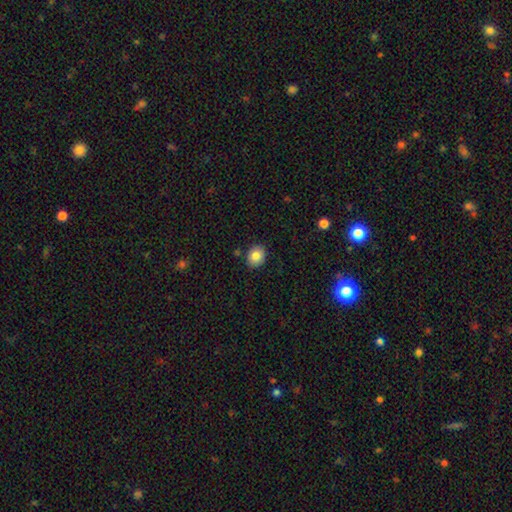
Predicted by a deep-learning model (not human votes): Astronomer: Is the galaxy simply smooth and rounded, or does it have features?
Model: smooth — 82%.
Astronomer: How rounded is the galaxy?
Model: round — 60% (runner-up: in between, 39%).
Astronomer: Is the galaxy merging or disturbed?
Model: none — 87%.